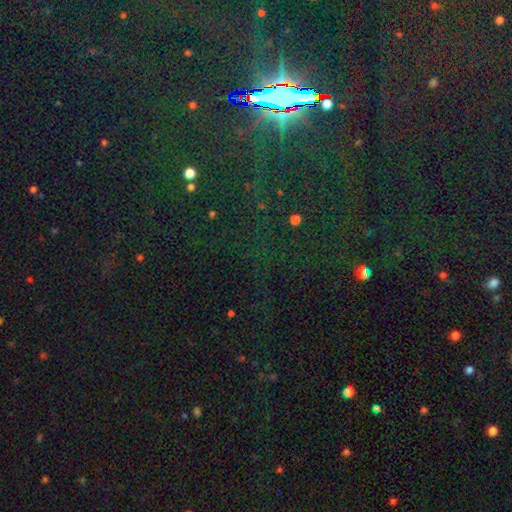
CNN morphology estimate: Smooth or featured? star or artifact (85%)